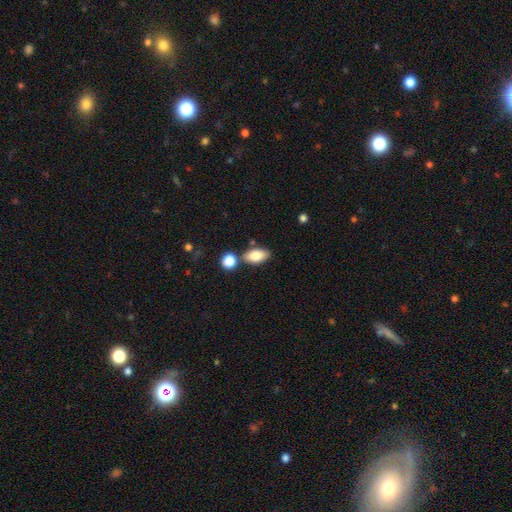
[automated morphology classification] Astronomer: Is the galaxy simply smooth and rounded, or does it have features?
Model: smooth — 84%.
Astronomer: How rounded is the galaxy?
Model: in between — 90%.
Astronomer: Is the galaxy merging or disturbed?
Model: none — 71%.